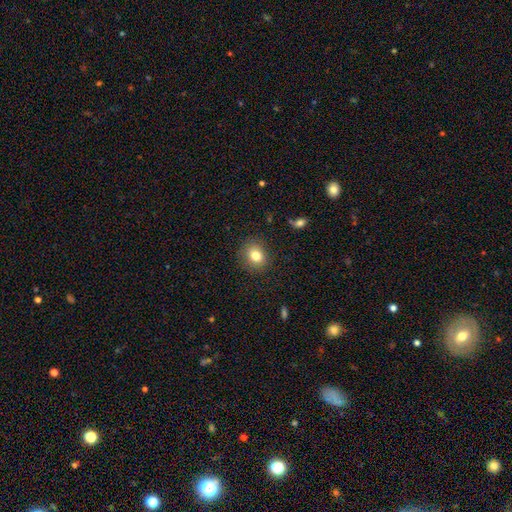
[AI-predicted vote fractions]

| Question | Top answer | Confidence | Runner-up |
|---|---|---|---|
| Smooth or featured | smooth | 81% | star or artifact (11%) |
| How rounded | round | 70% | in between (29%) |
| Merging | none | 86% | minor disturbance (10%) |